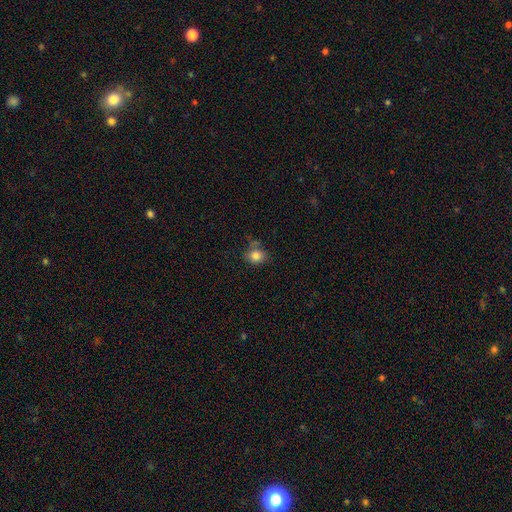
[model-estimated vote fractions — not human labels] Q: Smooth or featured?
A: smooth (82%); runner-up: star or artifact (11%)
Q: How rounded?
A: round (65%); runner-up: in between (34%)
Q: Merging?
A: none (62%); runner-up: minor disturbance (23%)